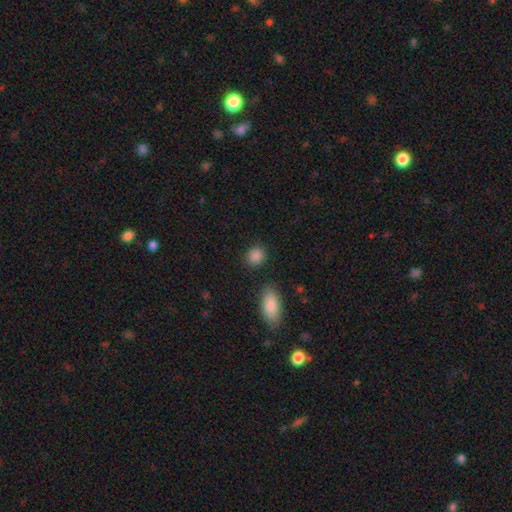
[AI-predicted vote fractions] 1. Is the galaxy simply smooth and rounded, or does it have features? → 87% smooth, 9% star or artifact, 4% featured or disk.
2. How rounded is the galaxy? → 65% round, 33% in between, 2% cigar-shaped.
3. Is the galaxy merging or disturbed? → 84% none, 9% minor disturbance, 3% merger, 3% major disturbance.